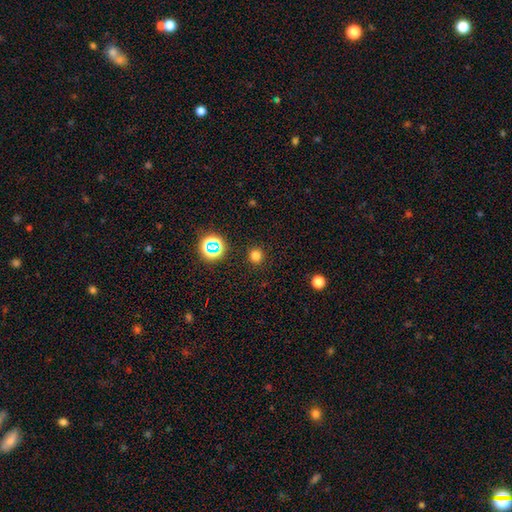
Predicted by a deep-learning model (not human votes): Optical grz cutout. It shows a smooth galaxy with no disk features (77%) that is round (95%). Merging: none (91%).